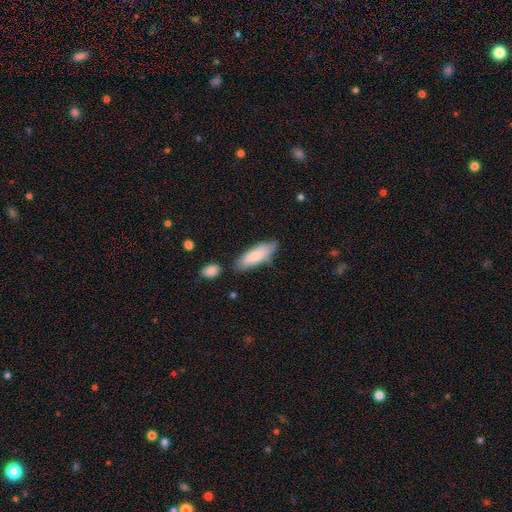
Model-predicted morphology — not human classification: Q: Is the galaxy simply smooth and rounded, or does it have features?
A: smooth — 79%.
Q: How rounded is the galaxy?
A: in between — 59%.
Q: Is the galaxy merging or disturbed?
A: none — 68%.